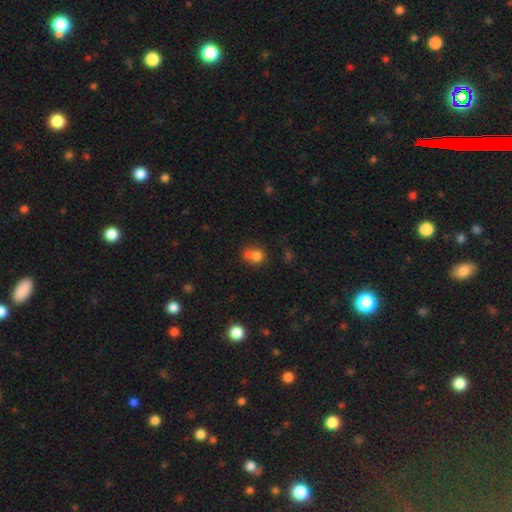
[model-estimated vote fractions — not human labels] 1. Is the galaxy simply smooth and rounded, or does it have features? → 75% smooth, 13% featured or disk, 12% star or artifact.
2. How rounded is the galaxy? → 62% round, 36% in between, 1% cigar-shaped.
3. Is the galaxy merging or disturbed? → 41% merger, 37% none, 15% minor disturbance, 7% major disturbance.